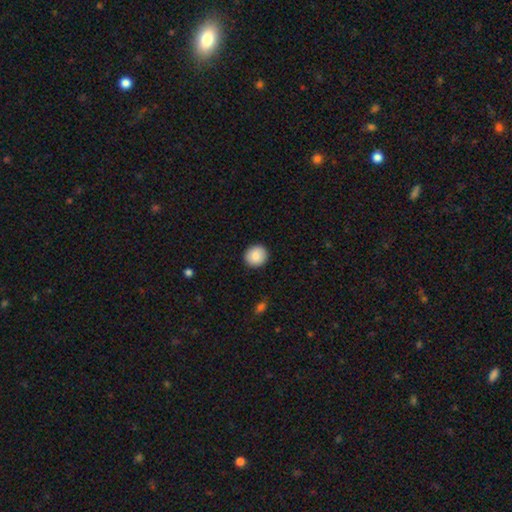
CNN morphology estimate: A smooth galaxy with no disk features (86%) that is round (89%). Merging: none (91%).